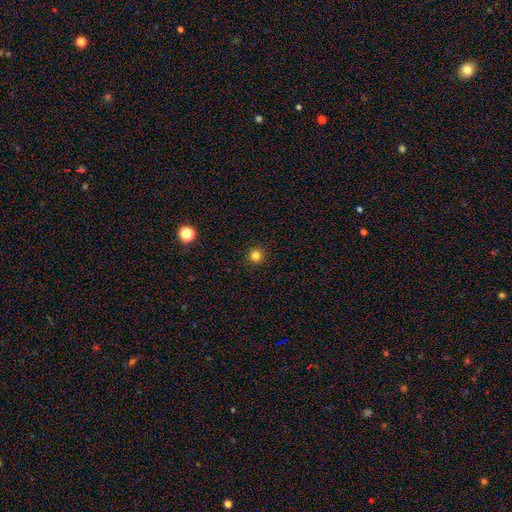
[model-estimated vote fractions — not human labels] smooth_or_featured: smooth (p=0.82) [alt: star or artifact p=0.14]
how_rounded: round (p=0.96) [alt: in between p=0.03]
merging: none (p=0.93) [alt: minor disturbance p=0.04]